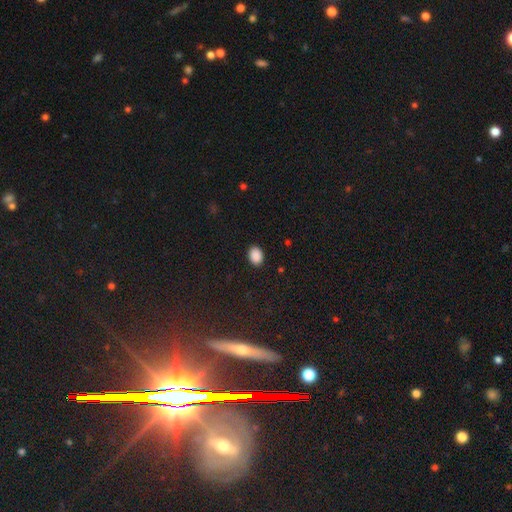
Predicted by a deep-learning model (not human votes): Overall: smooth (90%). How rounded: in between (70%). Merging: none (90%).